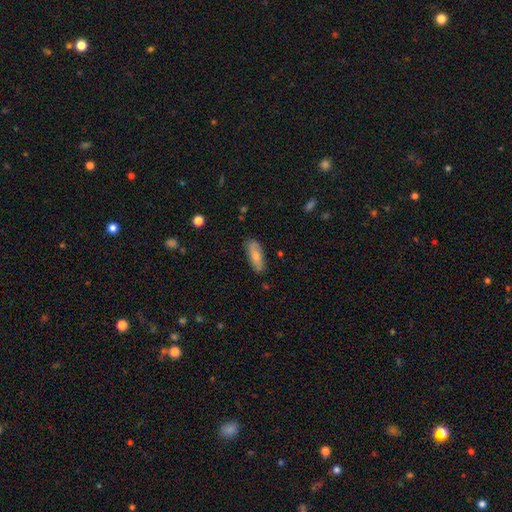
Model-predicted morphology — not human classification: smooth 77%, featured or disk 17%, star or artifact 6%. Down the decision tree: how rounded — in between (66%); merging — none (80%).